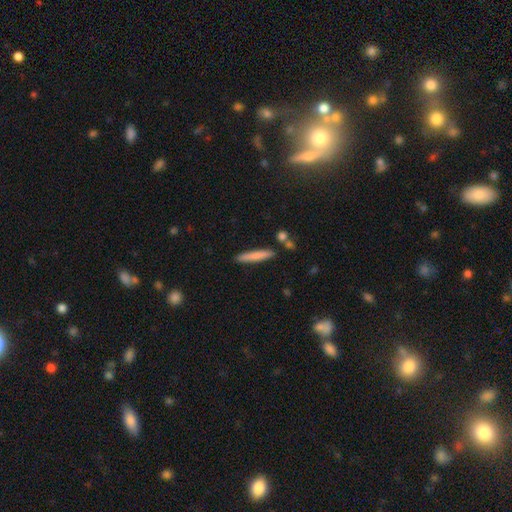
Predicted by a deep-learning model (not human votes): This is likely a smooth galaxy (77%). How rounded: clearly cigar-shaped (93%). Merging: clearly none (85%).